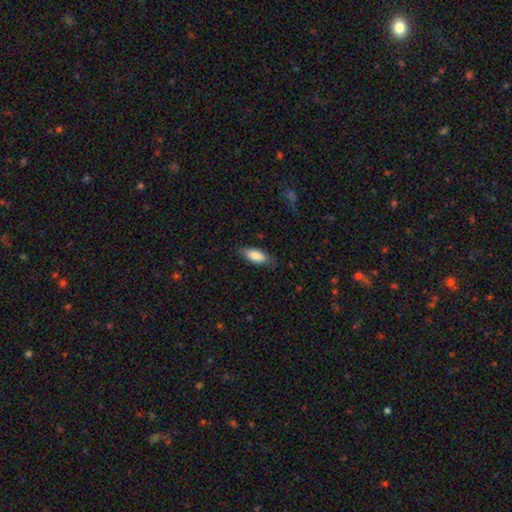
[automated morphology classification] type=smooth (85%); roundness=in between (76%); merging=none (78%).